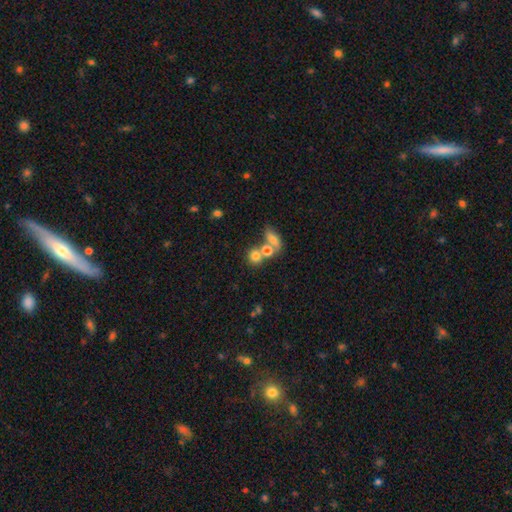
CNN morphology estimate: This is likely a smooth galaxy (75%). How rounded: likely round (69%). Merging: marginally merger (44%).